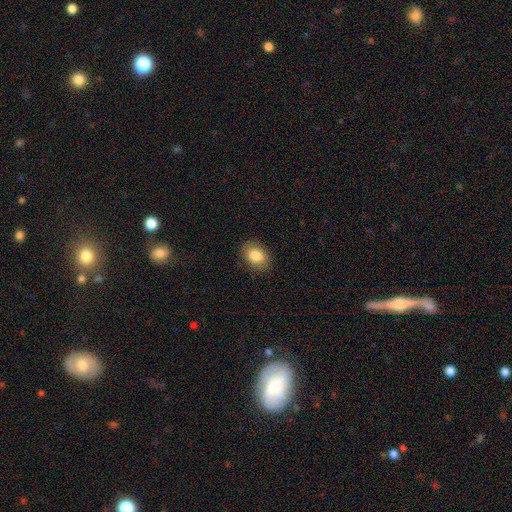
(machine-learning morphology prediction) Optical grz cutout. It shows a smooth galaxy with no disk features (85%) that is in between round and cigar-shaped (78%). Merging: none (87%).